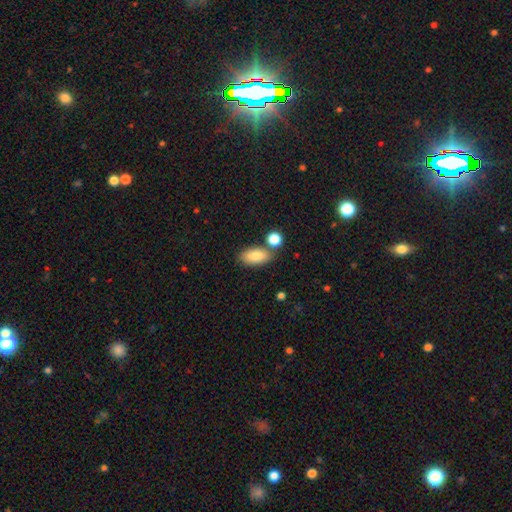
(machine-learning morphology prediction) A smooth galaxy with no disk features (82%) that is in between round and cigar-shaped (89%).

Vote fractions:
- Smooth or featured? smooth: 82% / featured or disk: 11% / star or artifact: 7%
- How rounded? in between: 89% / cigar-shaped: 6% / round: 4%
- Merging? none: 72% / merger: 13% / minor disturbance: 12% / major disturbance: 3%